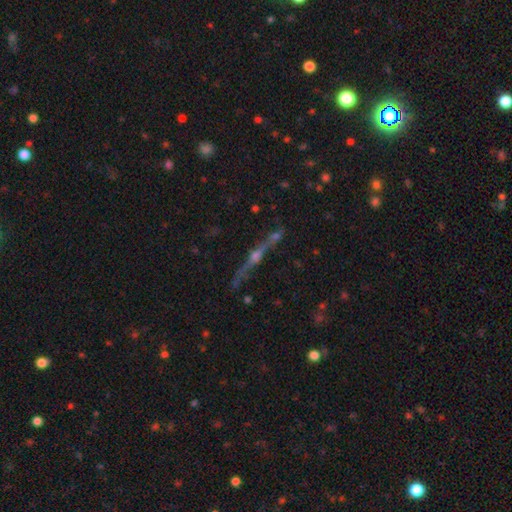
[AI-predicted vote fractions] Smooth or featured: featured or disk — 75% (star or artifact — 14%)
Edge-on disk: yes — 94% (no — 6%)
Edge-on bulge: rounded — 88% (none — 7%)
Merging: none — 75% (minor disturbance — 12%)